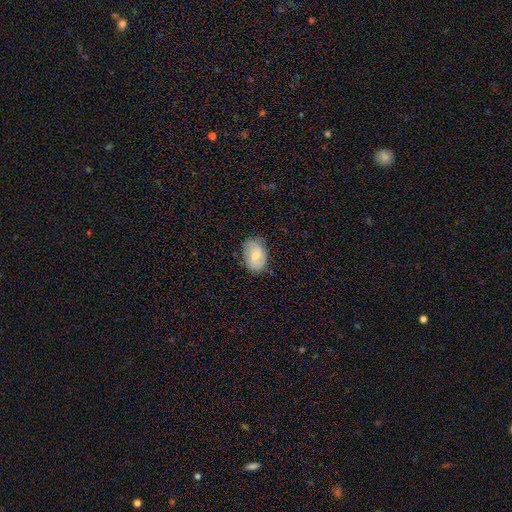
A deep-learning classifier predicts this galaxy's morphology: Smooth or featured? Predicted: smooth (p=0.54). How rounded? Predicted: in between (p=0.81). Merging? Predicted: none (p=0.77).